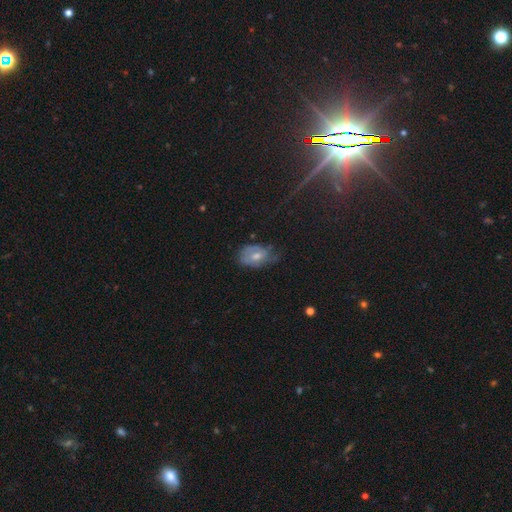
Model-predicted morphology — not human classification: featured or disk 47%, smooth 43%, star or artifact 10%. Down the decision tree: merging — none (42%).